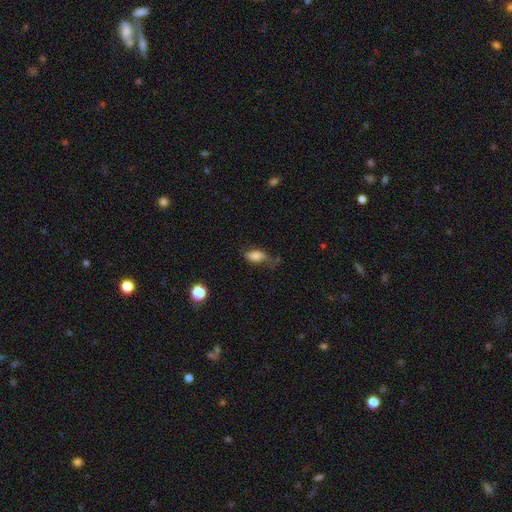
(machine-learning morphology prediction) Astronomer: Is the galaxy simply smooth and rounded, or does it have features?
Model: smooth — 76%.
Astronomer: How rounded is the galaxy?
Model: in between — 87%.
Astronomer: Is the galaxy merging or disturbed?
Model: none — 40% (runner-up: minor disturbance, 33%).